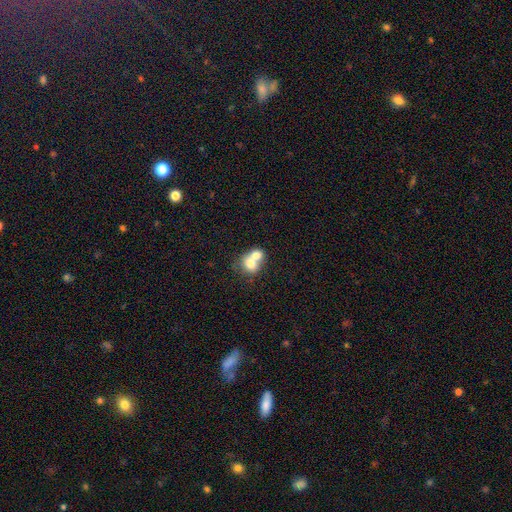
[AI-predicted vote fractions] Q: Smooth or featured?
A: smooth (70%); runner-up: featured or disk (21%)
Q: How rounded?
A: round (58%); runner-up: in between (41%)
Q: Merging?
A: merger (73%); runner-up: none (19%)